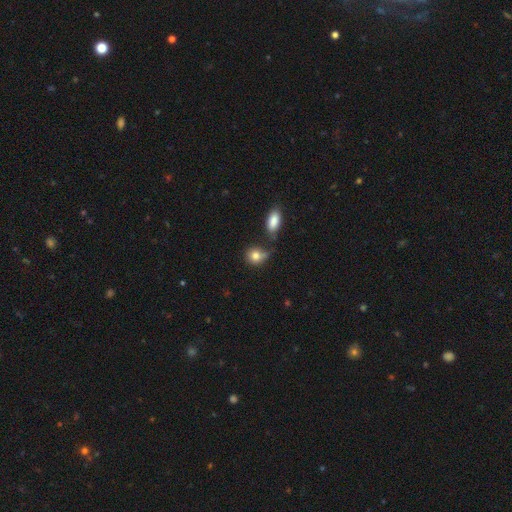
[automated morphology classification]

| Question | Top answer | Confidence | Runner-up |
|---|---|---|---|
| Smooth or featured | smooth | 82% | featured or disk (9%) |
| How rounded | round | 69% | in between (29%) |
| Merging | none | 47% | minor disturbance (21%) |